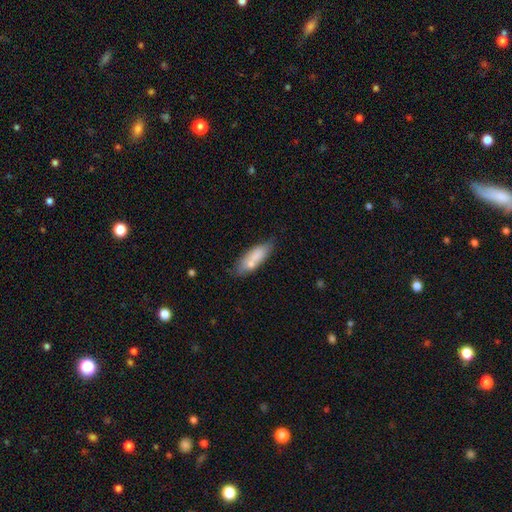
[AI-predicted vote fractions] Smooth or featured? smooth (74%)
How rounded? in between (64%)
Merging? none (57%)